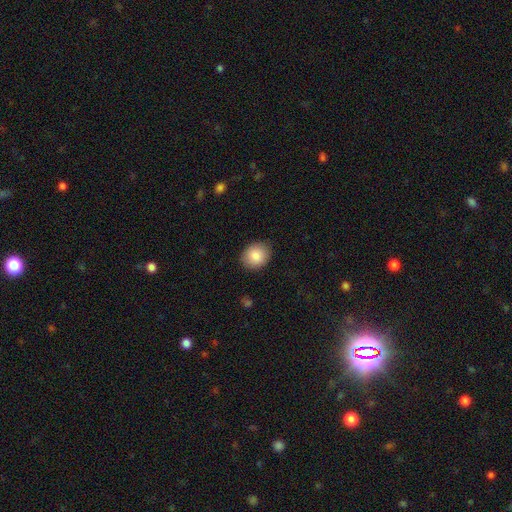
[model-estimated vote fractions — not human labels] Smooth or featured: smooth — 87% (star or artifact — 8%)
How rounded: round — 60% (in between — 39%)
Merging: none — 87% (minor disturbance — 9%)